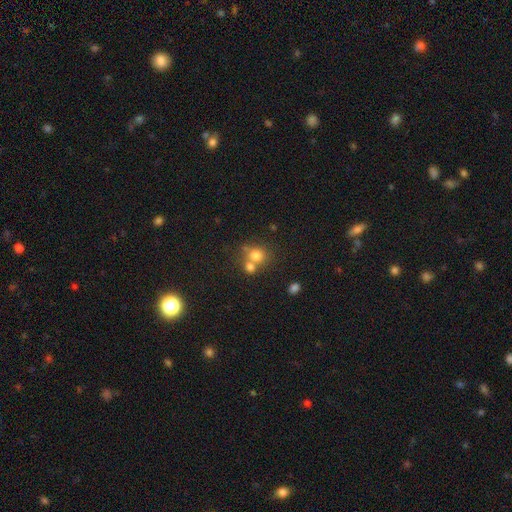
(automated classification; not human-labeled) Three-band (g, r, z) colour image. It shows a smooth galaxy with no disk features (76%) that is round (78%). Merging: merger (45%).